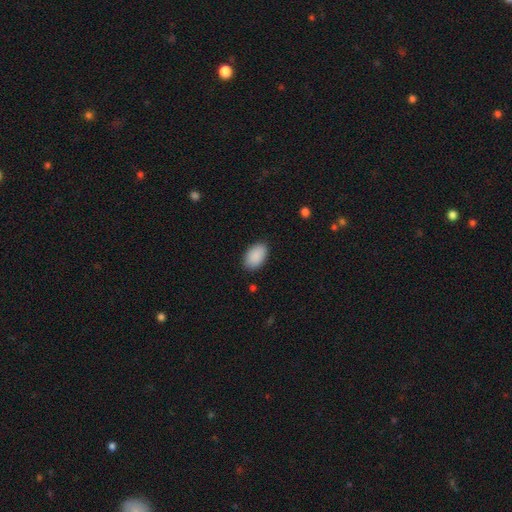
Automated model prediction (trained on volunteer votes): A smooth galaxy with no disk features (91%) that is in between round and cigar-shaped (93%).

Vote fractions:
- Smooth or featured? smooth: 91% / star or artifact: 6% / featured or disk: 3%
- How rounded? in between: 93% / round: 6% / cigar-shaped: 1%
- Merging? none: 87% / minor disturbance: 10% / major disturbance: 2% / merger: 1%